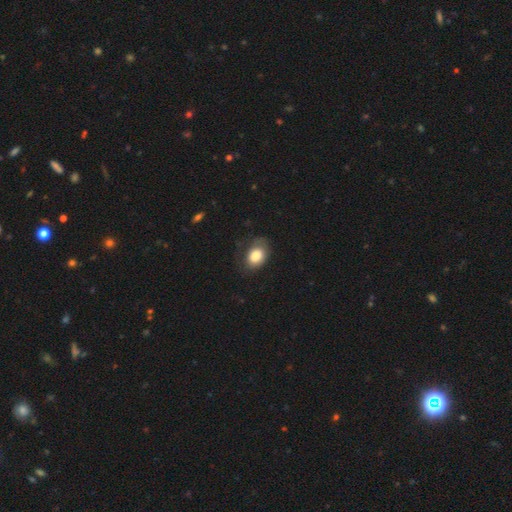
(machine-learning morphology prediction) Smooth or featured: smooth — 80% (featured or disk — 12%)
How rounded: in between — 75% (round — 24%)
Merging: none — 64% (minor disturbance — 24%)